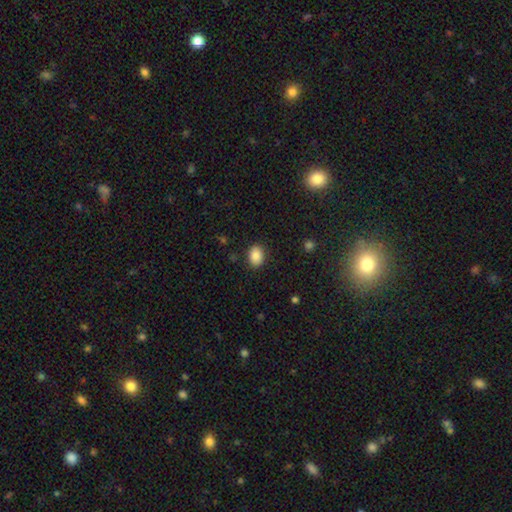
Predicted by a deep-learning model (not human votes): Overall: smooth (86%). How rounded: in between (72%). Merging: none (88%).